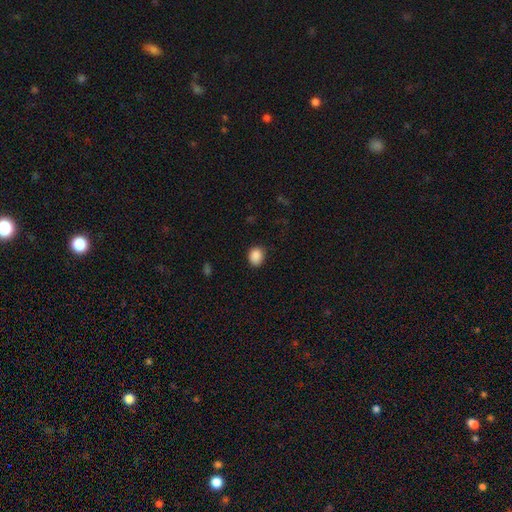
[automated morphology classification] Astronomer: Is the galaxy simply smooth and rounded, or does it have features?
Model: smooth — 89%.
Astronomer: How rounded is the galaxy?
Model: round — 59% (runner-up: in between, 41%).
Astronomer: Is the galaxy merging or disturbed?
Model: none — 86%.